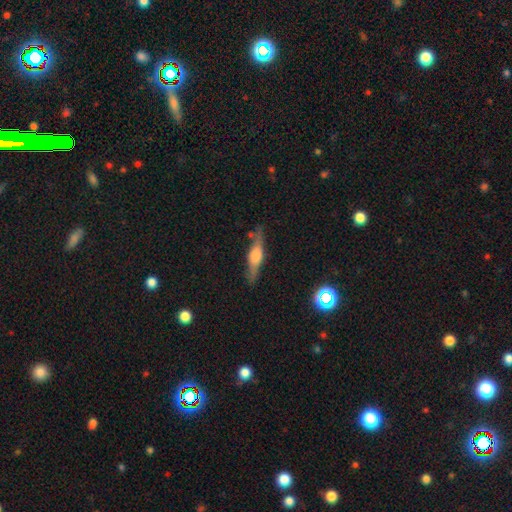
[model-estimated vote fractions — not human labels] featured or disk 63%, smooth 30%, star or artifact 7%. Down the decision tree: edge-on disk — yes (95%); edge-on bulge — rounded (84%); merging — none (81%).